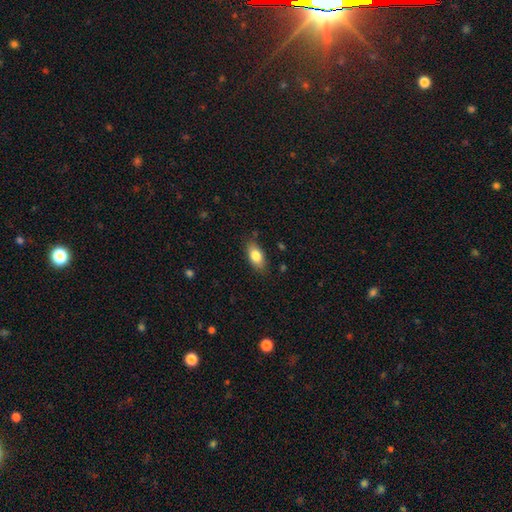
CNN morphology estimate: Smooth or featured? smooth (82%)
How rounded? in between (89%)
Merging? none (83%)